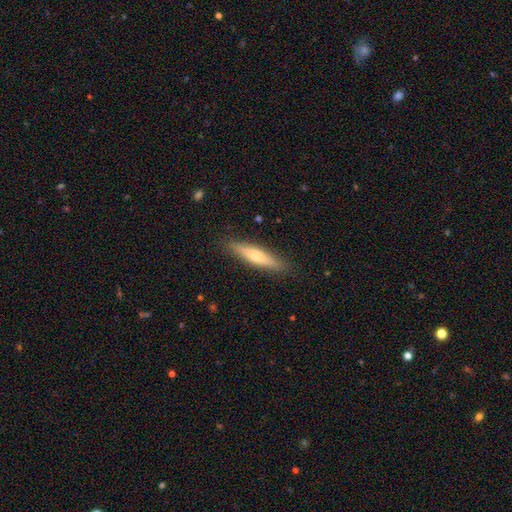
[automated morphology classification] smooth 57%, featured or disk 37%, star or artifact 6%. Down the decision tree: how rounded — cigar-shaped (85%); merging — none (89%).